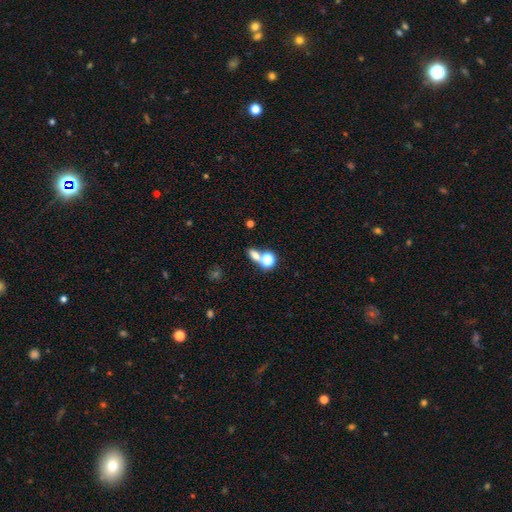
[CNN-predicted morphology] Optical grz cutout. It shows a smooth galaxy with no disk features (67%) that is in between round and cigar-shaped (57%). Merging: none (45%).